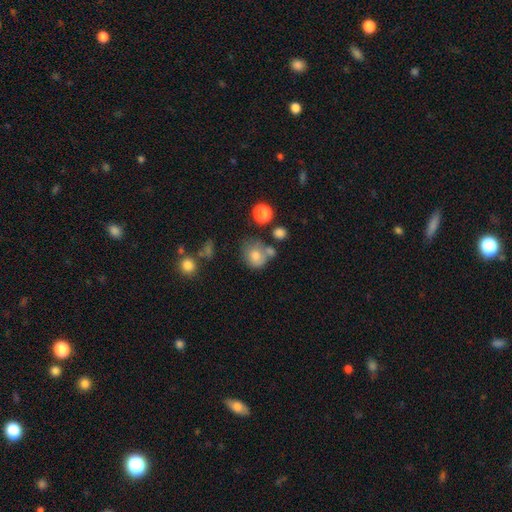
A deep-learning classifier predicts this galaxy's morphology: This appears to be a smooth galaxy with no disk features (74%) that is round (64%). Merging: none (47%).